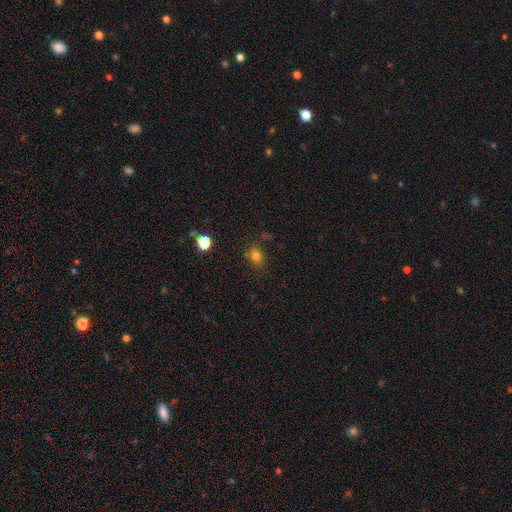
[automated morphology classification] smooth-or-featured: smooth: 79% | star or artifact: 15% | featured or disk: 7%
  how-rounded: round: 50% | in between: 49% | cigar-shaped: 1%
  merging: none: 79% | minor disturbance: 14% | major disturbance: 4% | merger: 3%